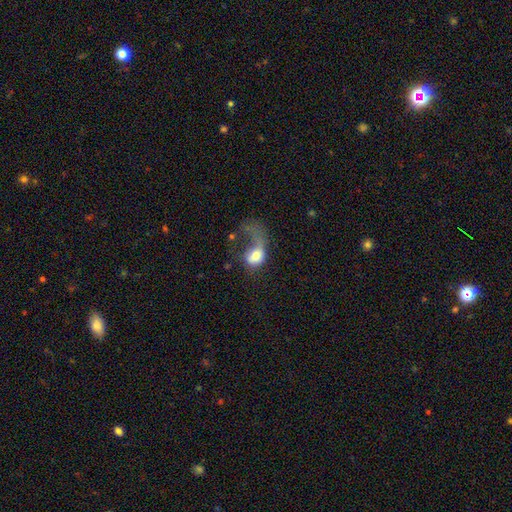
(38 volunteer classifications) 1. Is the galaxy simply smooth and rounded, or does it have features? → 68% smooth, 26% featured or disk, 5% star or artifact.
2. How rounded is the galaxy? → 69% in between, 31% round, 0% cigar-shaped.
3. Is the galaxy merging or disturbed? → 72% major disturbance, 14% none, 8% minor disturbance, 6% merger.